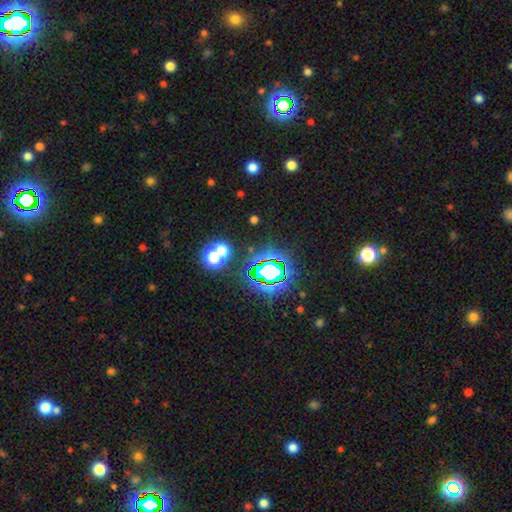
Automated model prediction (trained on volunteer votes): A star or artifact, not a galaxy (77%).

Vote fractions:
- Smooth or featured? star or artifact: 77% / smooth: 15% / featured or disk: 9%